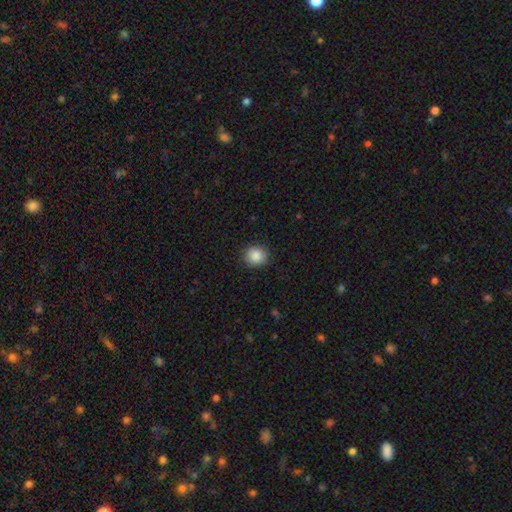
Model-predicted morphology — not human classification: This is clearly a smooth galaxy (87%). How rounded: clearly round (84%). Merging: clearly none (90%).